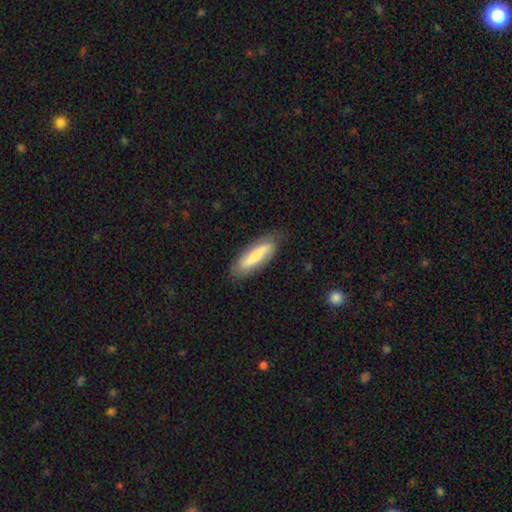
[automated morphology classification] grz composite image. It shows a smooth galaxy with no disk features (66%) that is cigar-shaped (57%). Merging: none (77%).